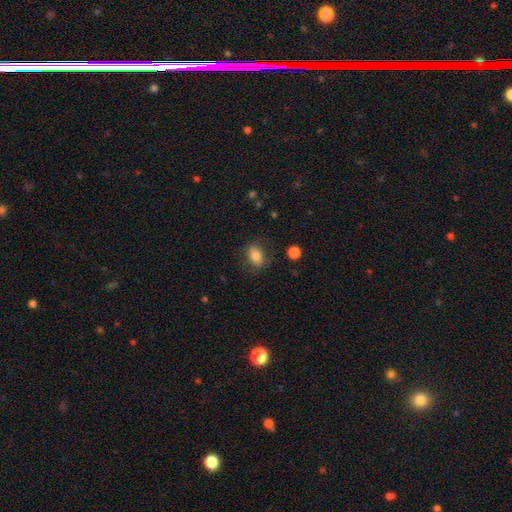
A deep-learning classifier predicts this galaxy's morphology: This is clearly a smooth galaxy (82%). How rounded: likely in between (75%). Merging: clearly none (80%).